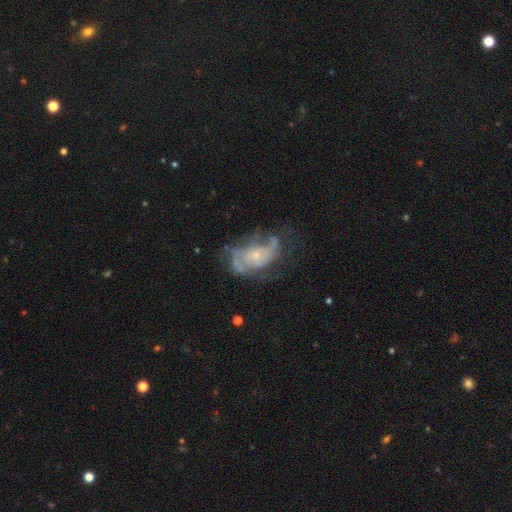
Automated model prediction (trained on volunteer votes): smooth-or-featured: featured or disk: 74% | smooth: 18% | star or artifact: 9%
  disk-edge-on: no: 96% | yes: 4%
    bar: no: 77% | weak: 19% | strong: 4%
    has-spiral-arms: yes: 75% | no: 25%
      spiral-winding: medium: 41% | tight: 36% | loose: 23%
      spiral-arm-count: can't tell: 38% | 2: 37% | 3: 11% | 1: 6% | 4: 4% | more than 4: 3%
    bulge-size: small: 68% | moderate: 23% | none: 6% | large: 2% | dominant: 1%
  merging: none: 47% | major disturbance: 26% | minor disturbance: 23% | merger: 3%